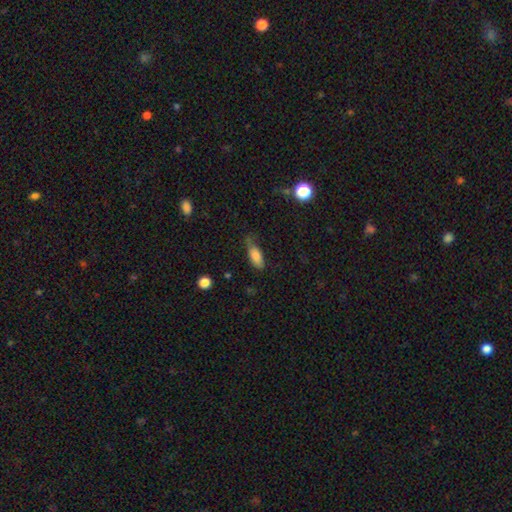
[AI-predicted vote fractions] The model was most divided on "merging": none: 48%, minor disturbance: 37%, major disturbance: 13%, merger: 3%. More confident: how rounded — in between (80%); smooth or featured — smooth (79%).